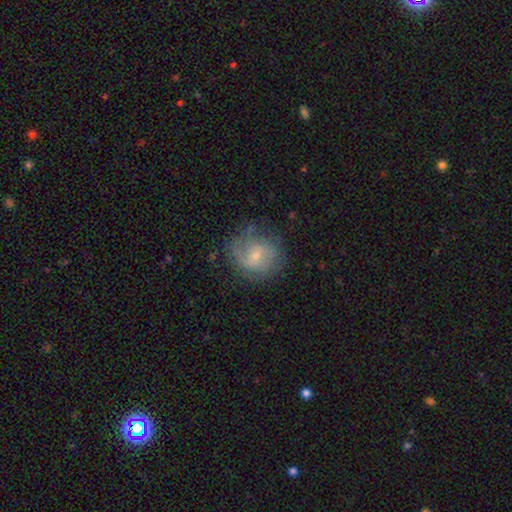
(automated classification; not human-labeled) Morphology: type=featured or disk (61%); edge-on=no (97%); bar=no (49%); spiral arms=yes (81%); bulge=small (66%); merging=none (67%).